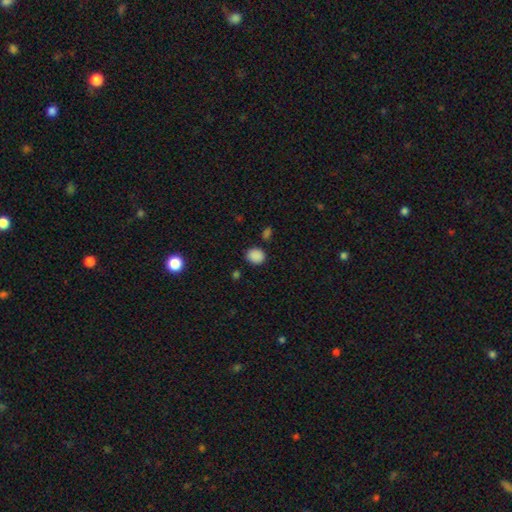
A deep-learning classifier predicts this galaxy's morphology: smooth 86%, star or artifact 11%, featured or disk 3%. Down the decision tree: how rounded — round (69%); merging — none (82%).